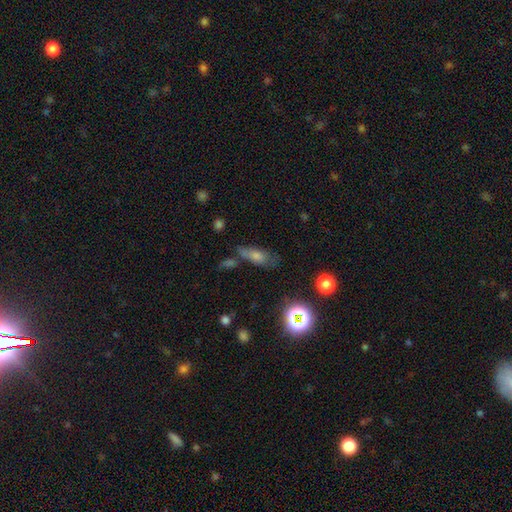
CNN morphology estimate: Overall: smooth (66%). How rounded: in between (72%). Merging: none (48%; minor disturbance 23%).